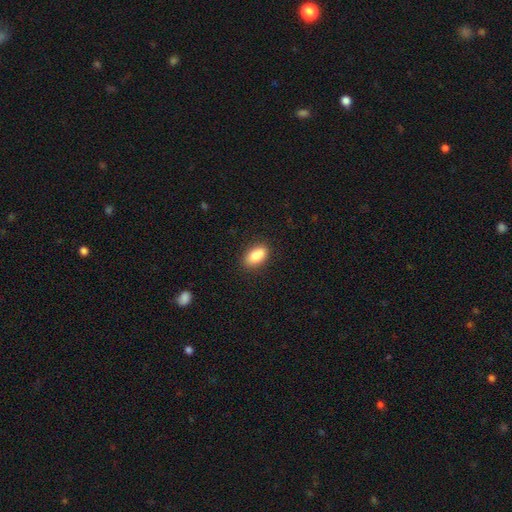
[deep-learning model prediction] smooth-or-featured: smooth: 87% | star or artifact: 7% | featured or disk: 6%
  how-rounded: in between: 90% | cigar-shaped: 5% | round: 5%
  merging: none: 86% | minor disturbance: 10% | major disturbance: 3% | merger: 1%